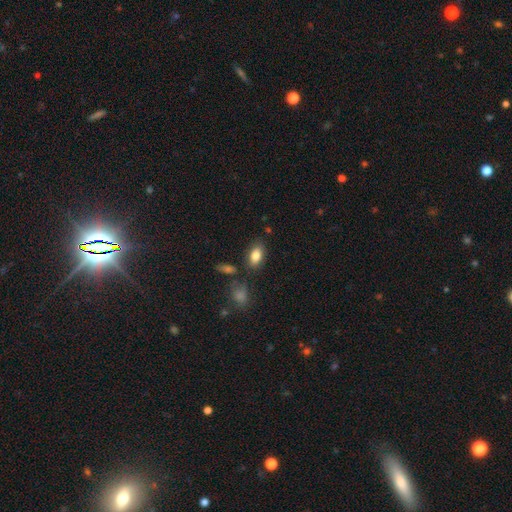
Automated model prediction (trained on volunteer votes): A smooth galaxy with no disk features (83%) that is in between round and cigar-shaped (90%). Merging: none (78%).